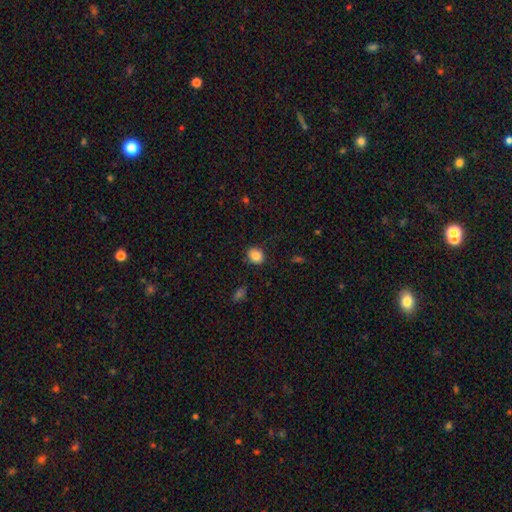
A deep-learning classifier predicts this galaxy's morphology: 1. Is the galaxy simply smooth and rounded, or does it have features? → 85% smooth, 9% star or artifact, 6% featured or disk.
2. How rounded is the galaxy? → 62% round, 37% in between, 1% cigar-shaped.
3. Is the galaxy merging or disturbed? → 85% none, 10% minor disturbance, 3% major disturbance, 1% merger.